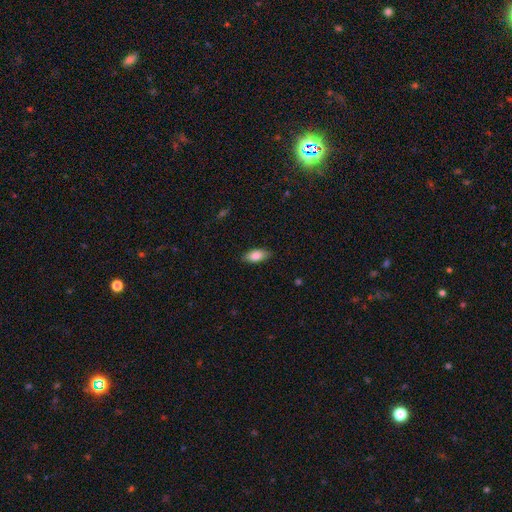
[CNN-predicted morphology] smooth 81%, featured or disk 12%, star or artifact 7%. Down the decision tree: how rounded — in between (87%); merging — none (86%).